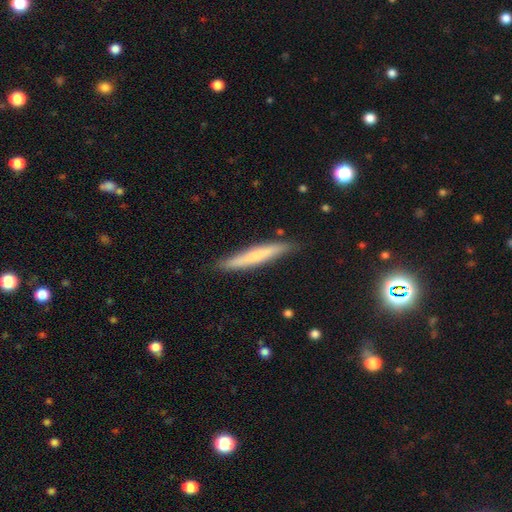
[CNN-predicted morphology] smooth 63%, featured or disk 31%, star or artifact 6%. Down the decision tree: how rounded — cigar-shaped (94%); merging — none (86%).